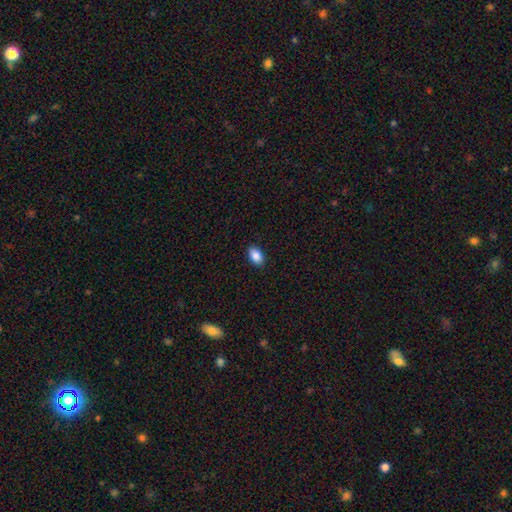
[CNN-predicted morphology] This appears to be a smooth galaxy with no disk features (89%) that is in between round and cigar-shaped (91%). Merging: none (90%).